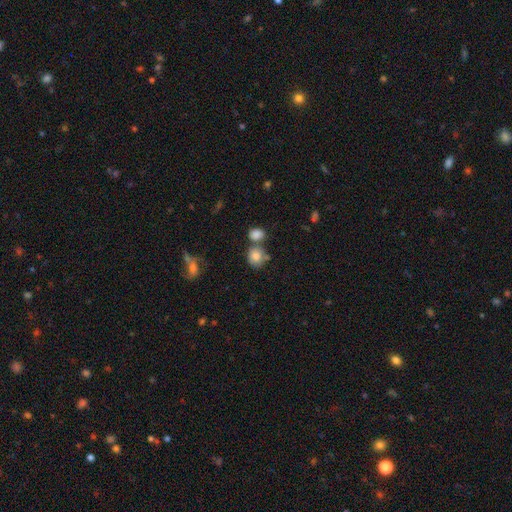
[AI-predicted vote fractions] Overall: smooth (82%). How rounded: round (70%). Merging: none (51%; merger 32%).